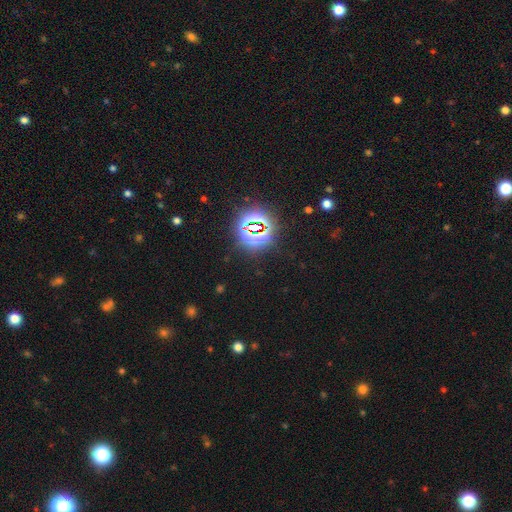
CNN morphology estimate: smooth_or_featured: star or artifact (p=0.83) [alt: smooth p=0.11]